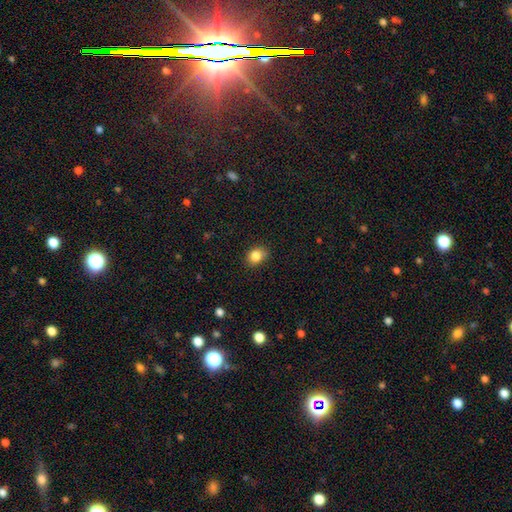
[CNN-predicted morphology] Overall: smooth (84%). How rounded: round (51%; in between 48%). Merging: none (80%).